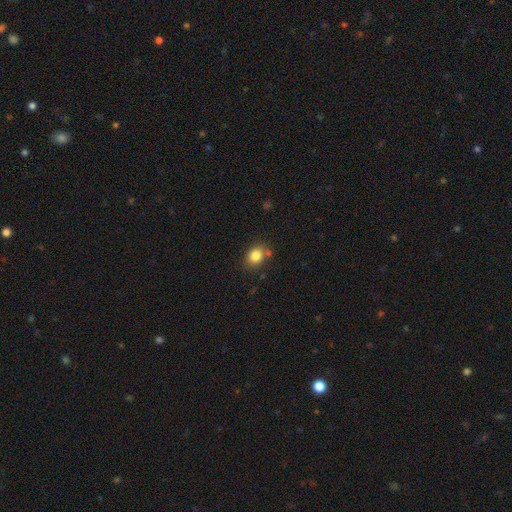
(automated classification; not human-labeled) Smooth or featured: smooth — 83% (star or artifact — 10%)
How rounded: in between — 54% (round — 45%)
Merging: none — 73% (minor disturbance — 15%)